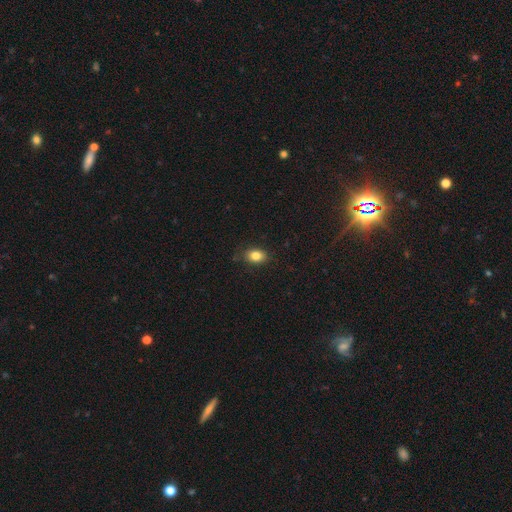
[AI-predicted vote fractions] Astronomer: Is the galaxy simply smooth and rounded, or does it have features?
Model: smooth — 83%.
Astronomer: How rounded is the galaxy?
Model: in between — 77%.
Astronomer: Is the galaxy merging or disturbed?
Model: none — 84%.